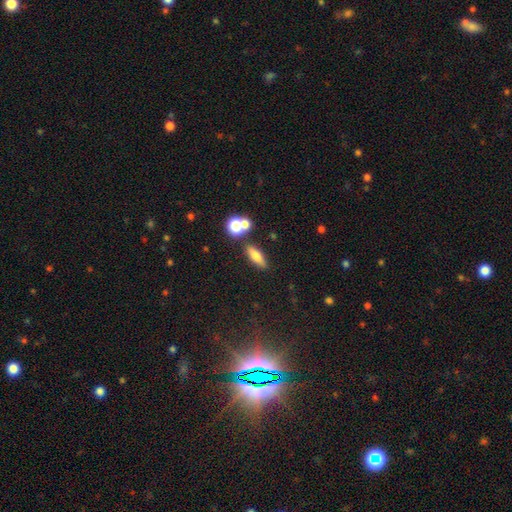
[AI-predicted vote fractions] Overall: smooth (69%). How rounded: in between (51%; cigar-shaped 40%). Merging: none (75%).